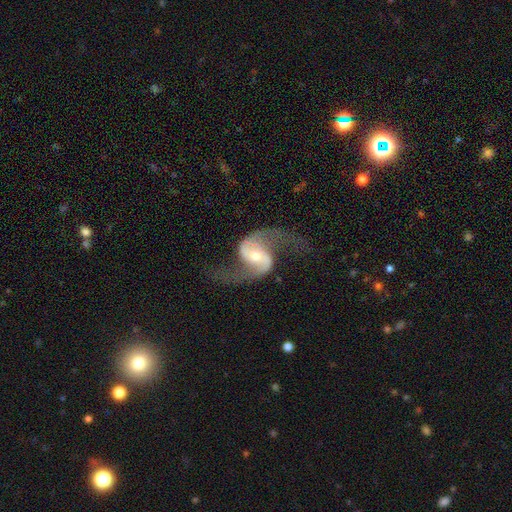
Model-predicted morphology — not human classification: This is clearly a featured or disk galaxy (92%). It is clearly not viewed edge-on (98%). Bar: marginally weak (39%). Spiral arm pattern: clearly yes (98%). Spiral arm count: clearly 2 (95%). Spiral winding: likely loose (76%). Central bulge: possibly moderate (53%). Merging: likely none (71%).